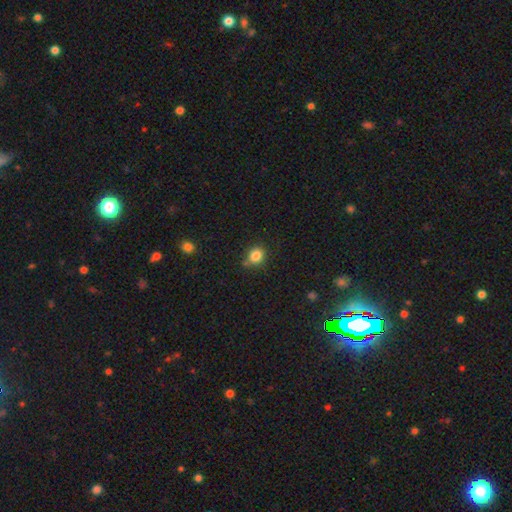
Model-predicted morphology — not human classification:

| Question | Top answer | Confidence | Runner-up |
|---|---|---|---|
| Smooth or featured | smooth | 83% | star or artifact (11%) |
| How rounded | round | 73% | in between (26%) |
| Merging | none | 71% | minor disturbance (16%) |